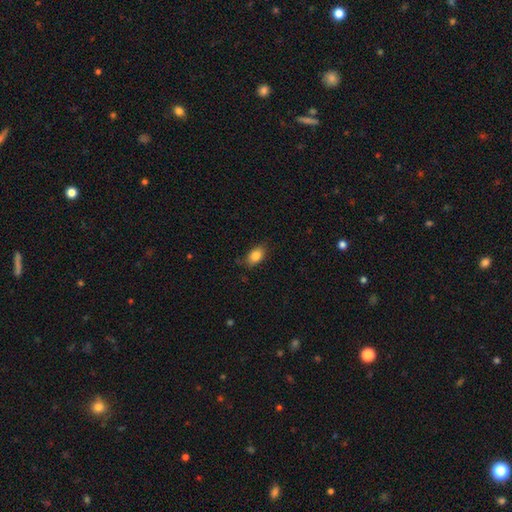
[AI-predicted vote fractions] smooth_or_featured: smooth (p=0.84) [alt: star or artifact p=0.08]
how_rounded: in between (p=0.86) [alt: round p=0.12]
merging: none (p=0.78) [alt: minor disturbance p=0.17]